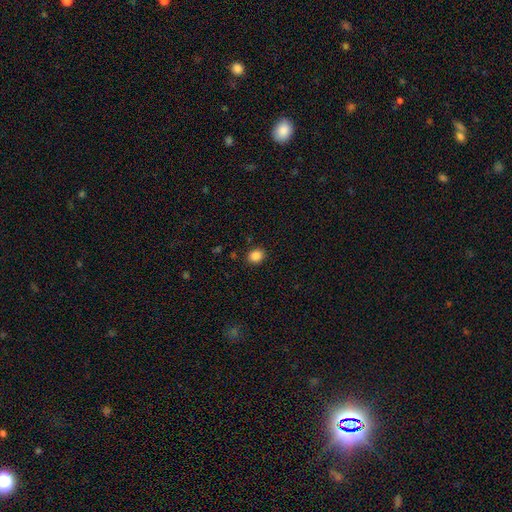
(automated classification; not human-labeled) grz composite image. It shows a smooth galaxy with no disk features (87%) that is round (58%). Merging: none (88%).